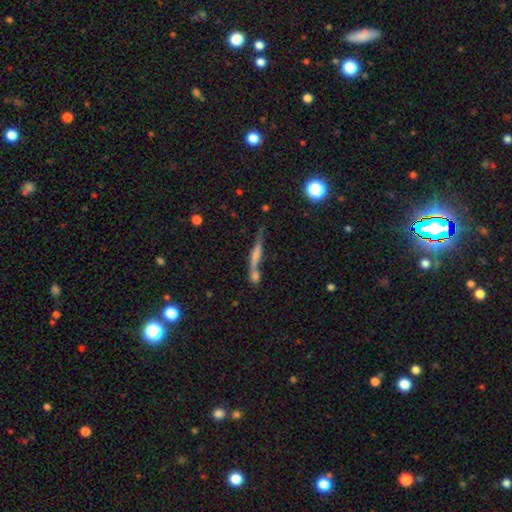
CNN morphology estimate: smooth_or_featured: featured or disk (p=0.46) [alt: smooth p=0.44]
merging: none (p=0.47) [alt: merger p=0.33]